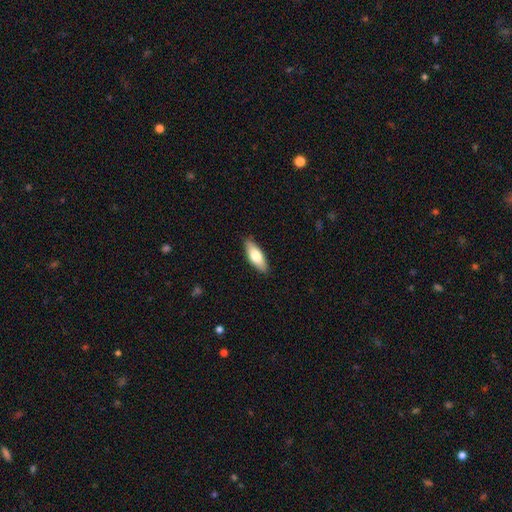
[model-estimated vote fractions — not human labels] Smooth or featured?
  - smooth: 69% *
  - featured or disk: 26%
  - star or artifact: 5%
How rounded?
  - in between: 67% *
  - cigar-shaped: 31%
  - round: 2%
Merging?
  - none: 88% *
  - minor disturbance: 9%
  - major disturbance: 2%
  - merger: 1%